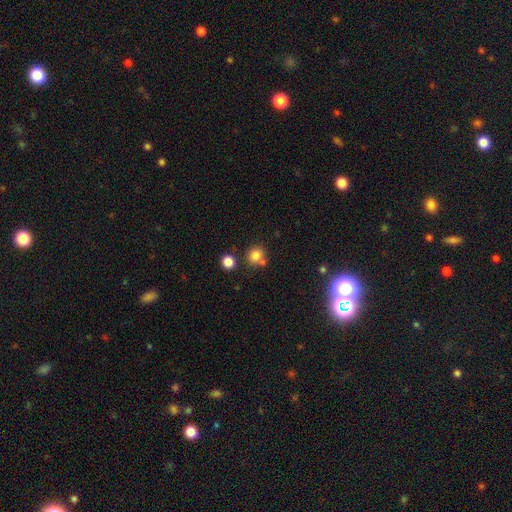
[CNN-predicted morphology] This is likely a smooth galaxy (80%). How rounded: clearly round (84%). Merging: likely none (66%).